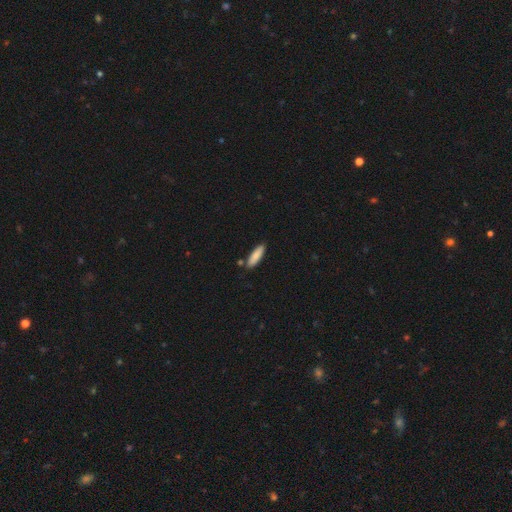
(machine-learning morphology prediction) Smooth or featured? Predicted: smooth (p=0.86). How rounded? Predicted: cigar-shaped (p=0.58). Merging? Predicted: none (p=0.81).